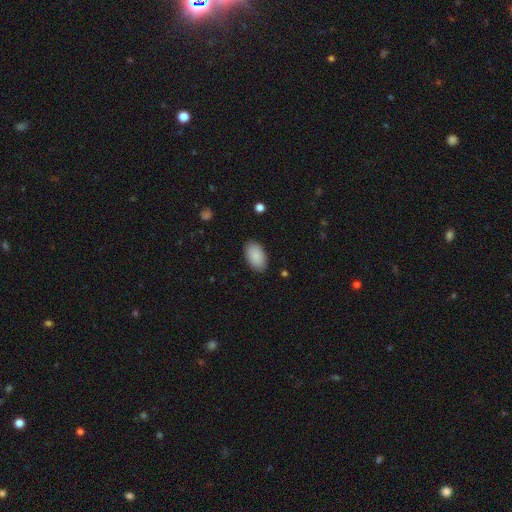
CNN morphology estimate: smooth_or_featured: smooth (p=0.90) [alt: star or artifact p=0.06]
how_rounded: in between (p=0.95) [alt: round p=0.04]
merging: none (p=0.88) [alt: minor disturbance p=0.09]